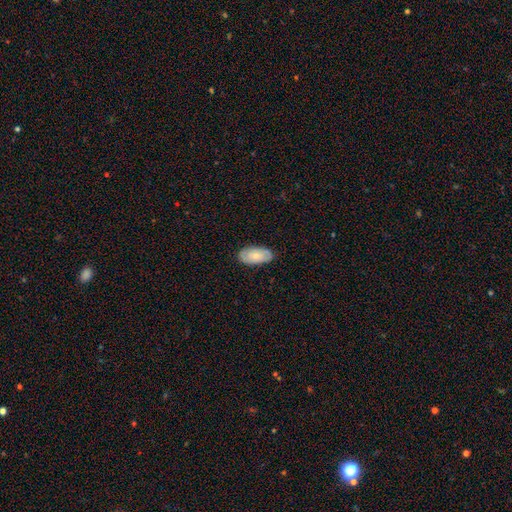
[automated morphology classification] Overall: smooth (62%; featured or disk 32%). How rounded: in between (94%). Merging: none (84%).